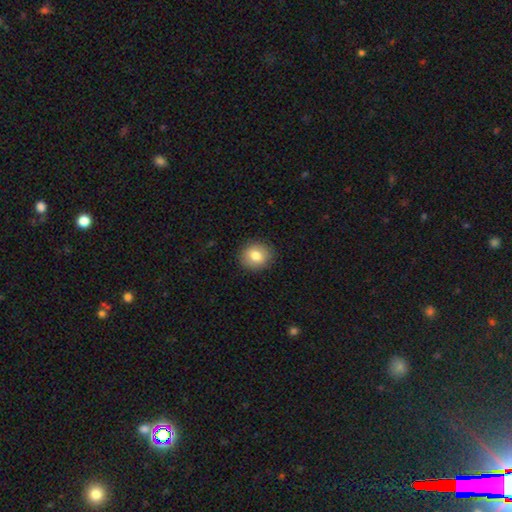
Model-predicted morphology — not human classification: A smooth galaxy with no disk features (80%) that is round (75%). Merging: none (89%).